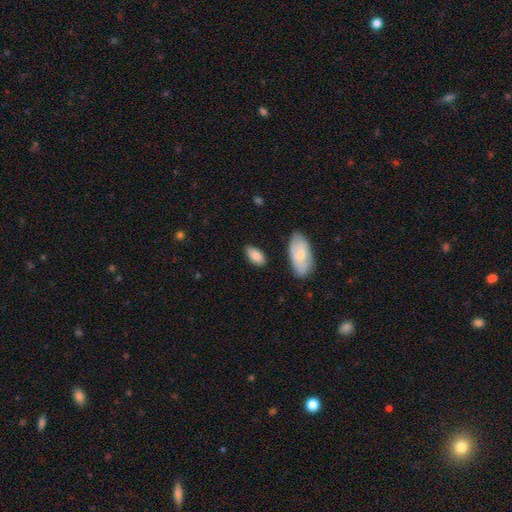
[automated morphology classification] Smooth or featured: smooth — 84% (featured or disk — 10%)
How rounded: in between — 92% (cigar-shaped — 5%)
Merging: none — 79% (minor disturbance — 15%)